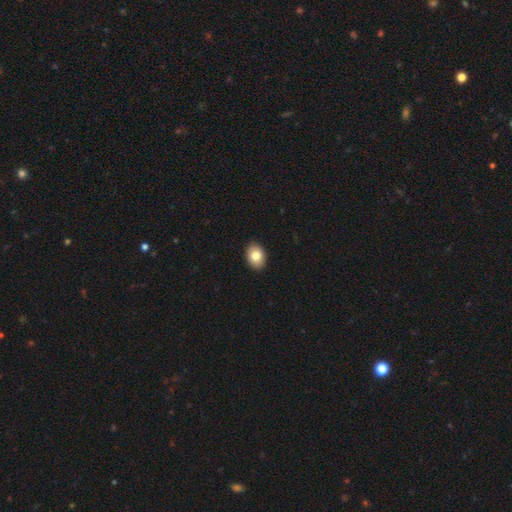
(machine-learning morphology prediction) This appears to be a smooth galaxy with no disk features (83%) that is in between round and cigar-shaped (77%). Merging: none (91%).